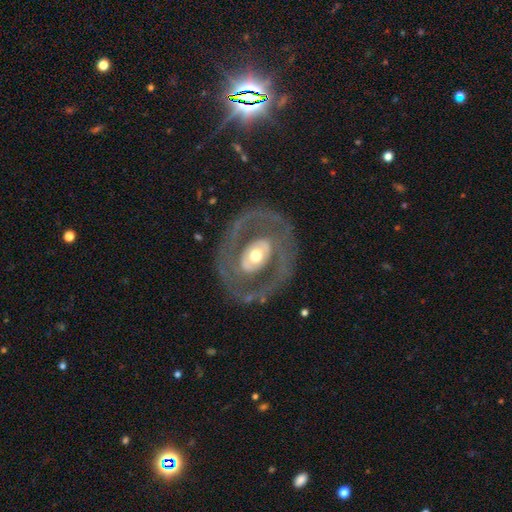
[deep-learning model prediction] smooth_or_featured: featured or disk (p=0.75) [alt: smooth p=0.20]
disk_edge_on: no (p=0.94) [alt: yes p=0.06]
bar: no (p=0.63) [alt: weak p=0.23]
has_spiral_arms: no (p=0.53) [alt: yes p=0.47]
bulge_size: moderate (p=0.65) [alt: large p=0.20]
merging: none (p=0.76) [alt: minor disturbance p=0.12]